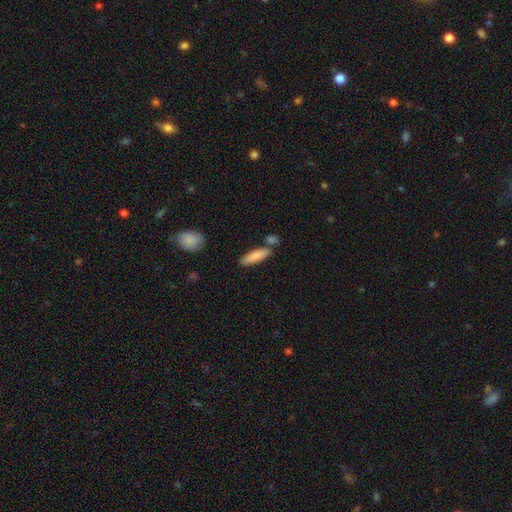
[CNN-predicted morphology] Overall: smooth (85%). How rounded: cigar-shaped (59%; in between 39%). Merging: none (69%).